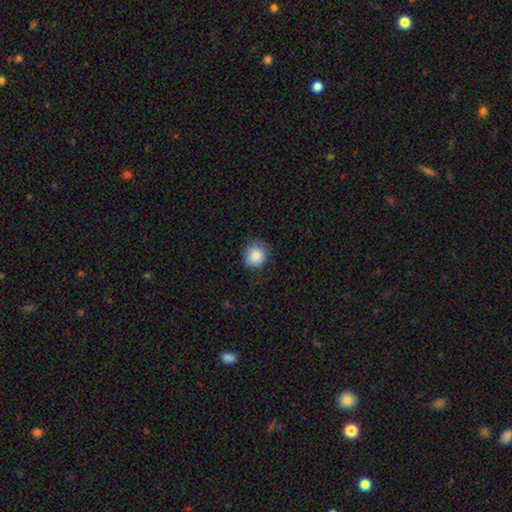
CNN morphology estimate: This appears to be a smooth galaxy with no disk features (85%) that is round (84%). Merging: none (76%).